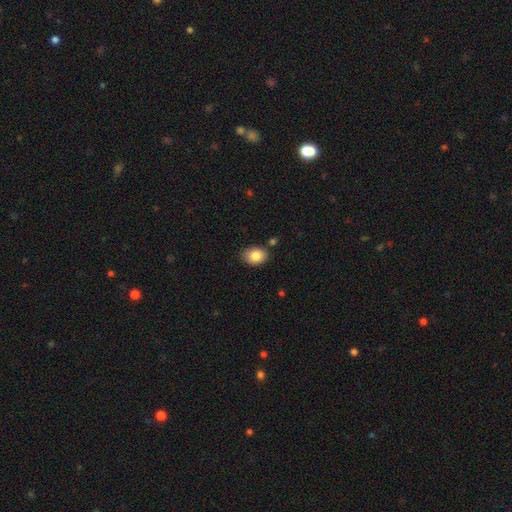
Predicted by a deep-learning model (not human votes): Overall: smooth (86%). How rounded: in between (74%). Merging: none (78%).